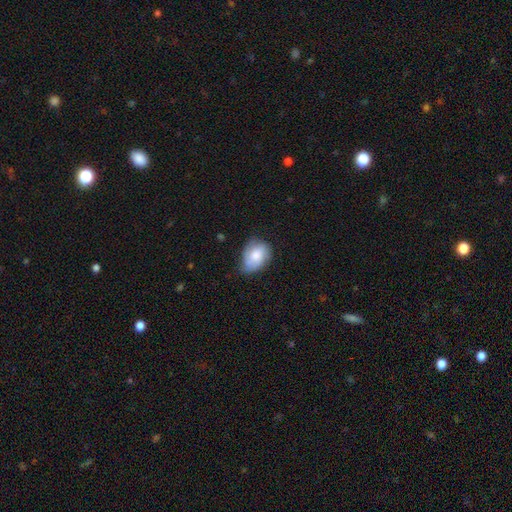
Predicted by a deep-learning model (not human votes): smooth-or-featured: smooth: 68% | featured or disk: 25% | star or artifact: 7%
  how-rounded: in between: 75% | round: 23% | cigar-shaped: 1%
  merging: none: 52% | minor disturbance: 37% | major disturbance: 10% | merger: 2%